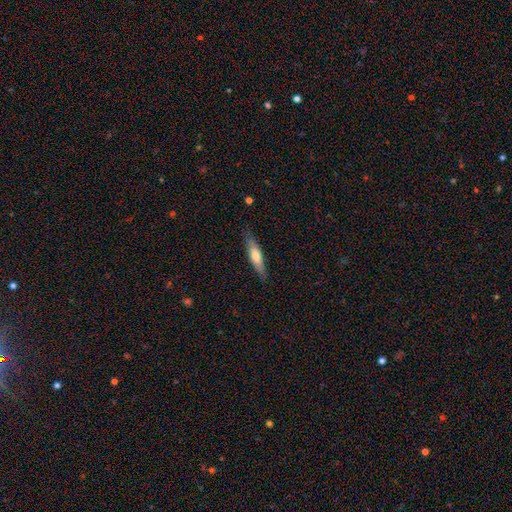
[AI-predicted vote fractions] This is likely a smooth galaxy (61%). How rounded: likely cigar-shaped (77%). Merging: clearly none (85%).